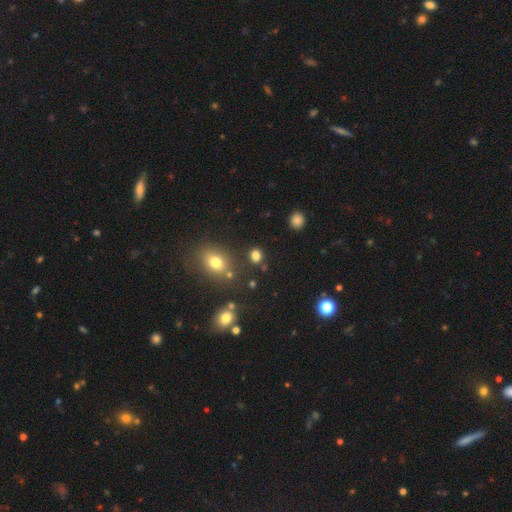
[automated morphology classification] Q: Smooth or featured?
A: smooth (79%); runner-up: star or artifact (15%)
Q: How rounded?
A: round (69%); runner-up: in between (30%)
Q: Merging?
A: none (80%); runner-up: minor disturbance (9%)